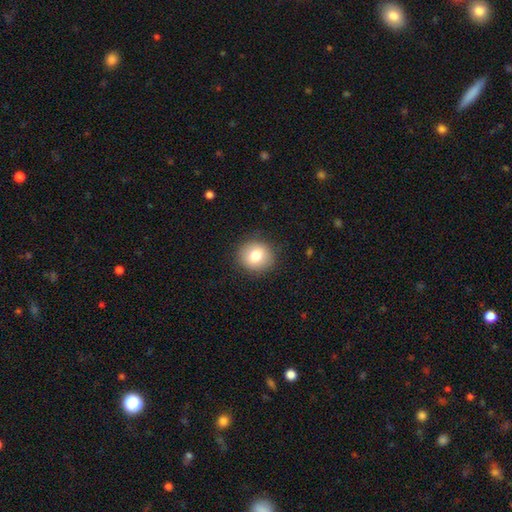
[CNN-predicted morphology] Smooth or featured?
  - smooth: 78% *
  - featured or disk: 13%
  - star or artifact: 9%
How rounded?
  - round: 84% *
  - in between: 15%
  - cigar-shaped: 1%
Merging?
  - none: 88% *
  - minor disturbance: 8%
  - major disturbance: 3%
  - merger: 1%